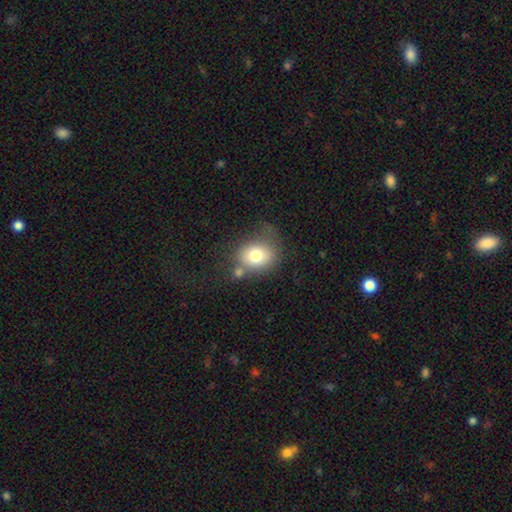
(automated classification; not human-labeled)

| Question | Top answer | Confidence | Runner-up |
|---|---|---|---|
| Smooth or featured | smooth | 74% | featured or disk (16%) |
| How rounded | round | 59% | in between (40%) |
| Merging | none | 50% | minor disturbance (23%) |